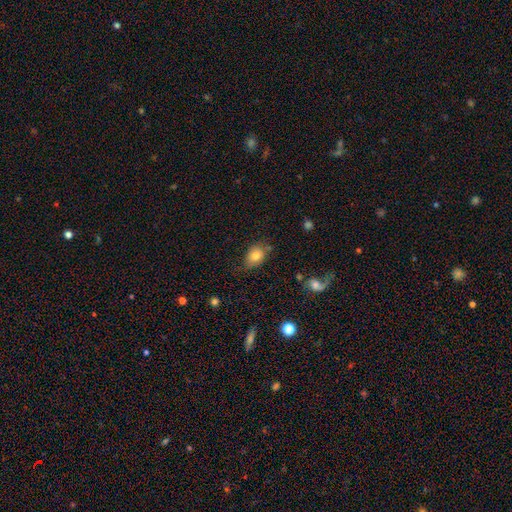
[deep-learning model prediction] smooth-or-featured: smooth: 79% | featured or disk: 11% | star or artifact: 9%
  how-rounded: in between: 71% | round: 28% | cigar-shaped: 1%
  merging: none: 62% | minor disturbance: 26% | major disturbance: 7% | merger: 4%